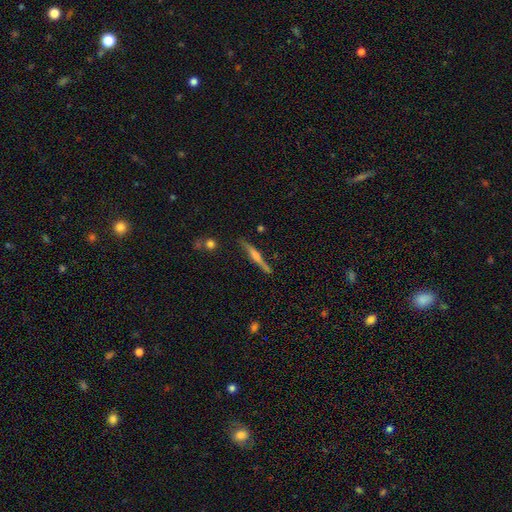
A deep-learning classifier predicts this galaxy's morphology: Smooth or featured?
  - featured or disk: 70% *
  - smooth: 24%
  - star or artifact: 7%
Edge-on disk?
  - yes: 97% *
  - no: 3%
Edge-on bulge?
  - rounded: 70% *
  - boxy: 15%
  - none: 15%
Merging?
  - none: 86% *
  - minor disturbance: 10%
  - merger: 2%
  - major disturbance: 2%